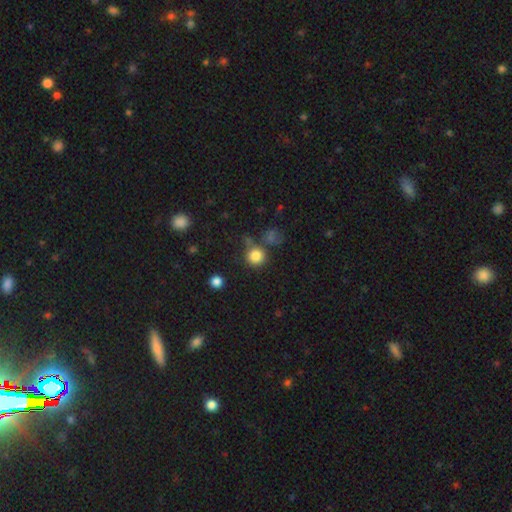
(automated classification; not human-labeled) Smooth or featured: smooth — 83% (star or artifact — 11%)
How rounded: round — 92% (in between — 7%)
Merging: none — 69% (merger — 14%)